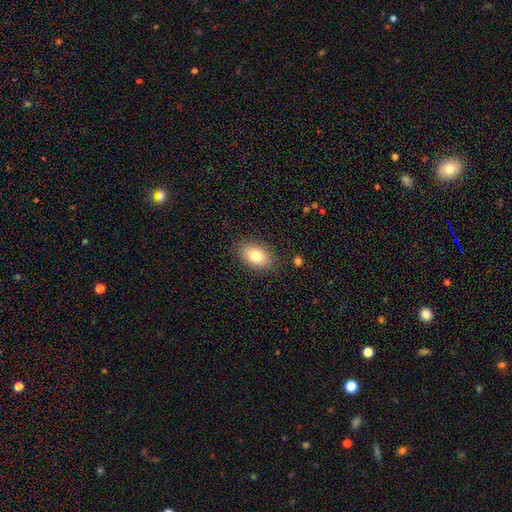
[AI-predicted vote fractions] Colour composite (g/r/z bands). It shows a smooth galaxy with no disk features (80%) that is in between round and cigar-shaped (86%). Merging: none (86%).